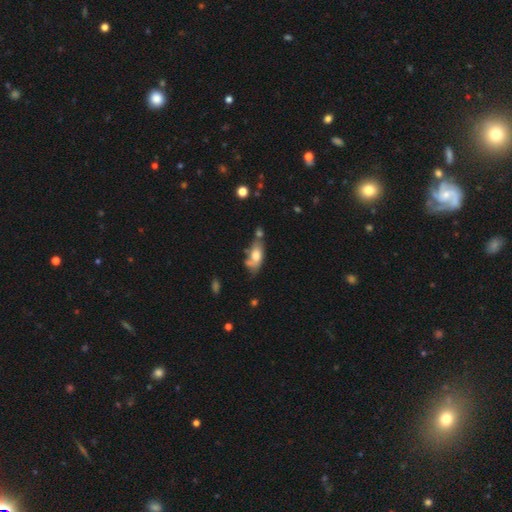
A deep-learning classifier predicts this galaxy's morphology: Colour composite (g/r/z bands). It shows a smooth galaxy with no disk features (63%) that is in between round and cigar-shaped (81%). Merging: none (43%).